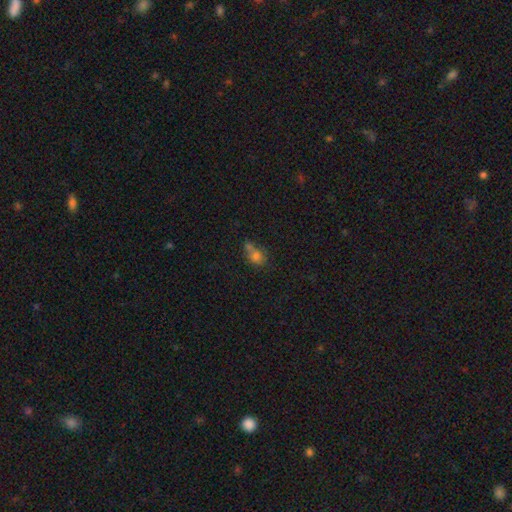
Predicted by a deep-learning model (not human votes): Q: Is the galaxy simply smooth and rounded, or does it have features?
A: smooth — 72%.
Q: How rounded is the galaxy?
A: round — 49%, tied with in between.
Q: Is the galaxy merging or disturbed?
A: merger — 43%.